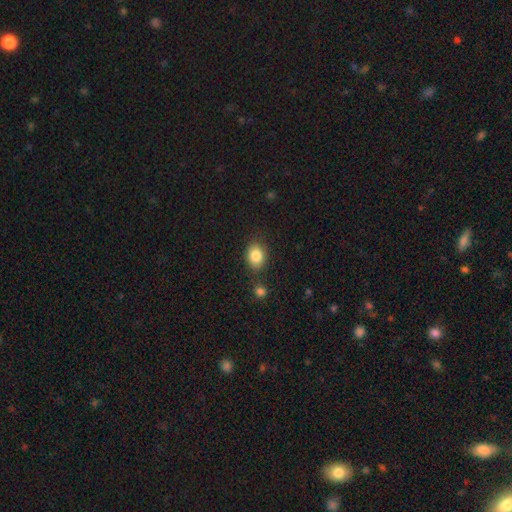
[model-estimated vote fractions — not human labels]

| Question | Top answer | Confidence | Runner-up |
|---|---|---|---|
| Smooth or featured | smooth | 85% | star or artifact (9%) |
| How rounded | in between | 57% | round (42%) |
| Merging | none | 77% | minor disturbance (13%) |